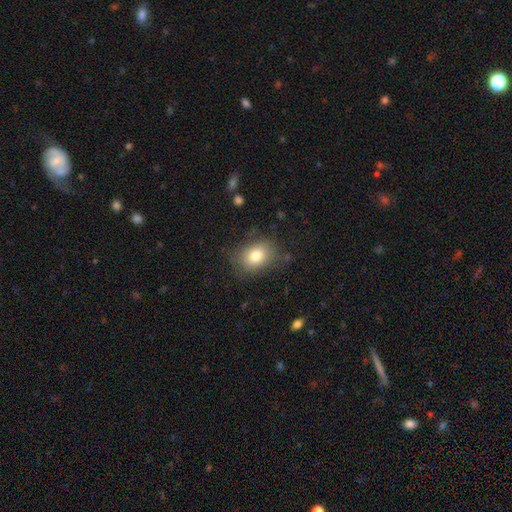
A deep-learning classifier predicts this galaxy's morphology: The model was most divided on "how rounded": in between: 65%, round: 34%, cigar-shaped: 1%. More confident: smooth or featured — smooth (80%); merging — none (77%).